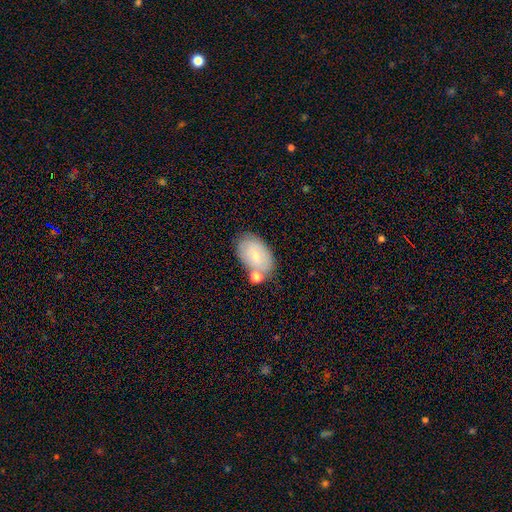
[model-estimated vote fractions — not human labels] Smooth or featured: smooth — 62% (featured or disk — 31%)
How rounded: in between — 90% (round — 9%)
Merging: none — 60% (minor disturbance — 19%)